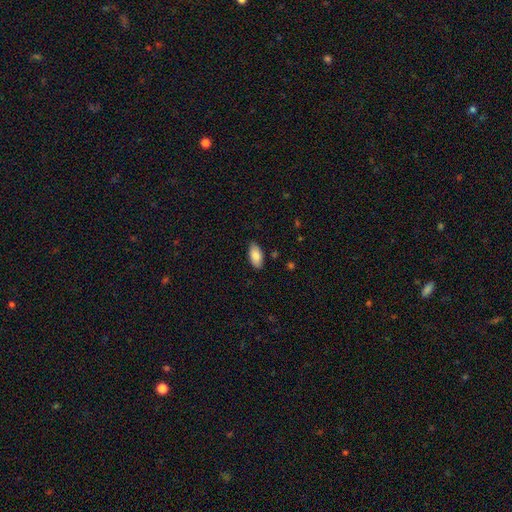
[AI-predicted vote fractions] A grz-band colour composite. It shows a smooth galaxy with no disk features (84%) that is in between round and cigar-shaped (92%). Merging: none (85%).